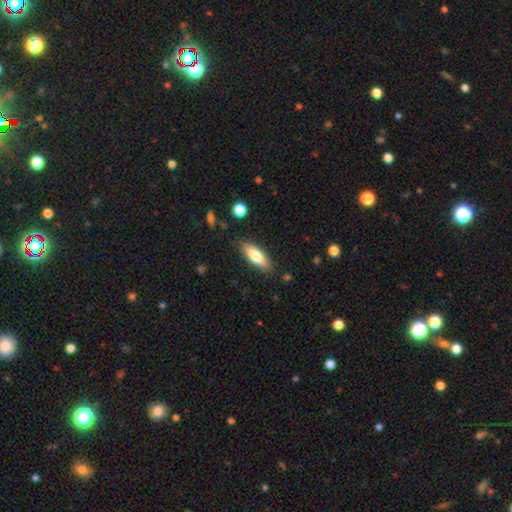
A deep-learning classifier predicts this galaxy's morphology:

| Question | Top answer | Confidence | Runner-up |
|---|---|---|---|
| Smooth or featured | smooth | 75% | featured or disk (19%) |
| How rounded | in between | 65% | cigar-shaped (33%) |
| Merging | none | 85% | minor disturbance (11%) |